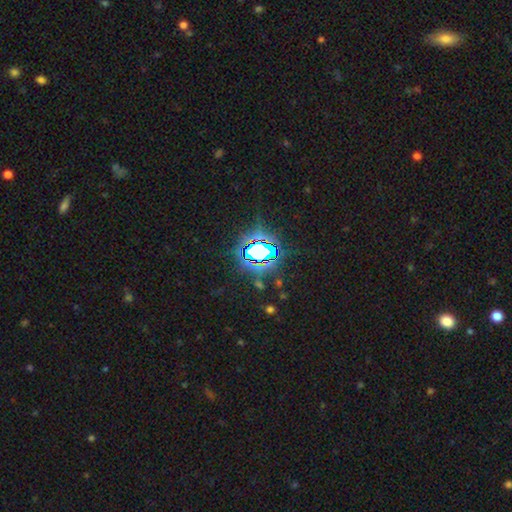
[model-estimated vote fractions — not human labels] Overall: star or artifact (81%).